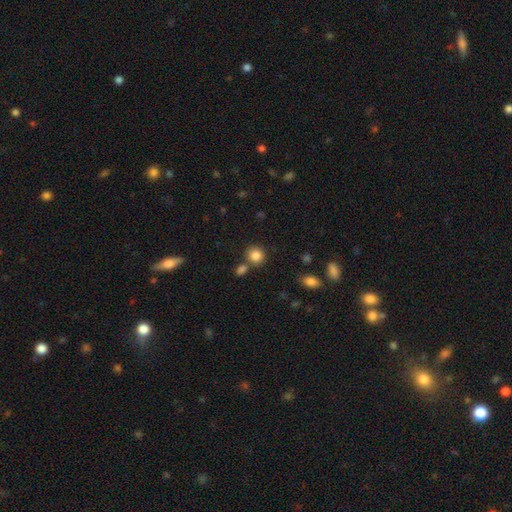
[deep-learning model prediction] Morphology: type=smooth (85%); roundness=round (86%); merging=none (74%).